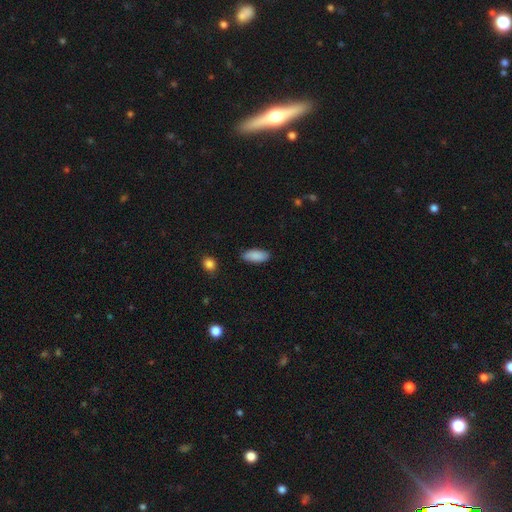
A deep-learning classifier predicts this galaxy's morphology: Smooth or featured?
  - smooth: 89% *
  - star or artifact: 6%
  - featured or disk: 5%
How rounded?
  - in between: 85% *
  - cigar-shaped: 13%
  - round: 2%
Merging?
  - none: 85% *
  - minor disturbance: 11%
  - major disturbance: 2%
  - merger: 1%